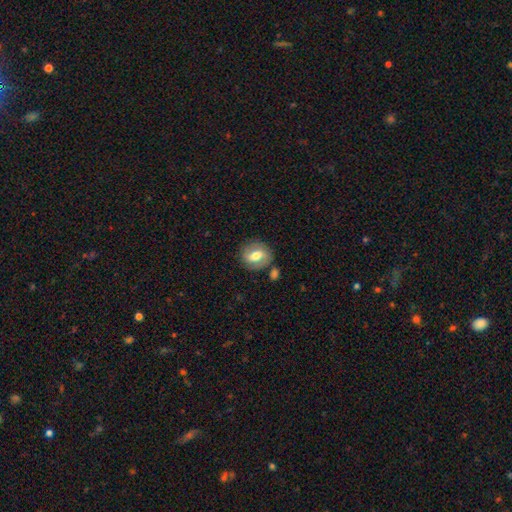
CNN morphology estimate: The model was most divided on "how rounded": round: 59%, in between: 40%, cigar-shaped: 2%. More confident: merging — none (73%); smooth or featured — smooth (61%).